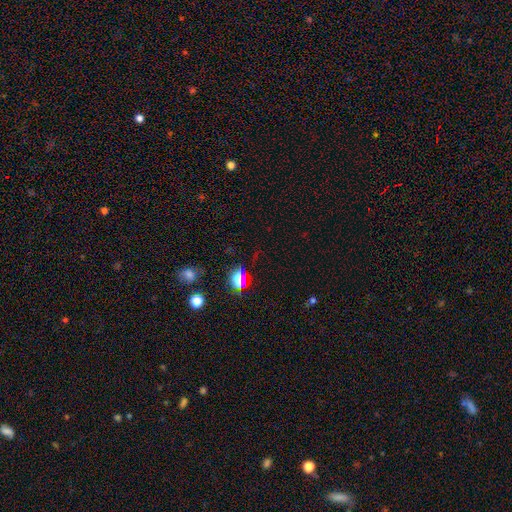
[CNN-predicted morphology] The model was most divided on "smooth or featured": star or artifact: 70%, smooth: 22%, featured or disk: 8%.